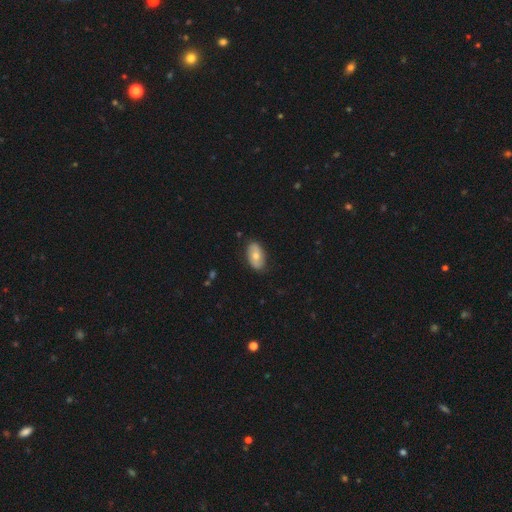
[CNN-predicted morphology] smooth_or_featured: smooth (p=0.62) [alt: featured or disk p=0.32]
how_rounded: in between (p=0.92) [alt: round p=0.06]
merging: none (p=0.82) [alt: minor disturbance p=0.14]